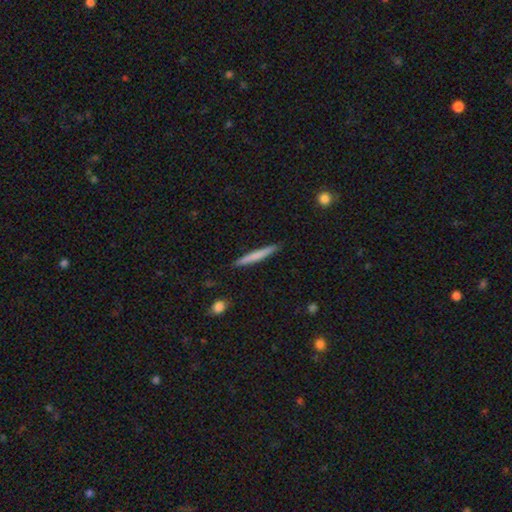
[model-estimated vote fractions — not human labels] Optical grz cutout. It shows a smooth galaxy with no disk features (69%) that is cigar-shaped (96%). Merging: none (90%).